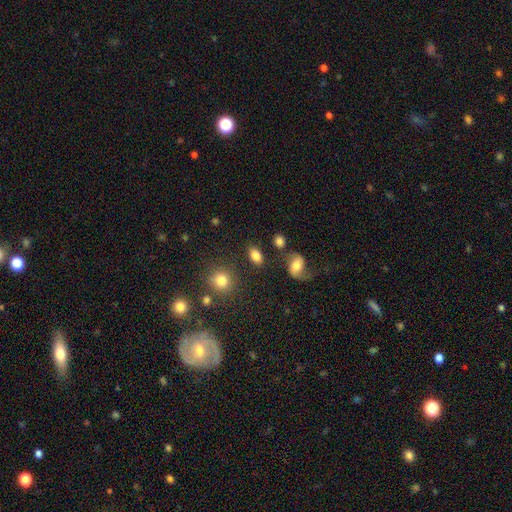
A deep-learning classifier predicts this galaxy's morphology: Smooth or featured? Predicted: smooth (p=0.82). How rounded? Predicted: in between (p=0.85). Merging? Predicted: none (p=0.78).